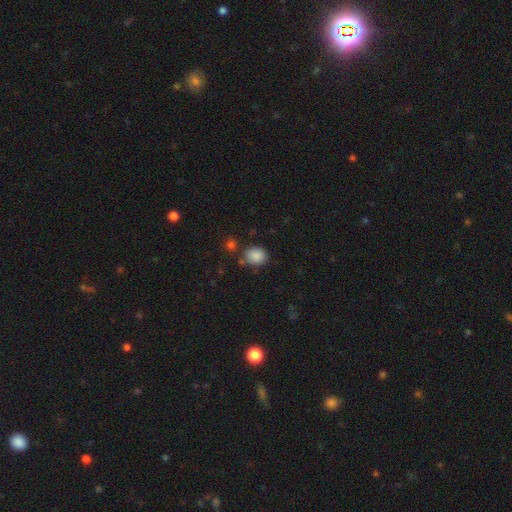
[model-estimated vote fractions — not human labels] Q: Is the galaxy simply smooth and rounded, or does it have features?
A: smooth — 87%.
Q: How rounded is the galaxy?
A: round — 54%.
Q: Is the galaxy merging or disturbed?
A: none — 76%.